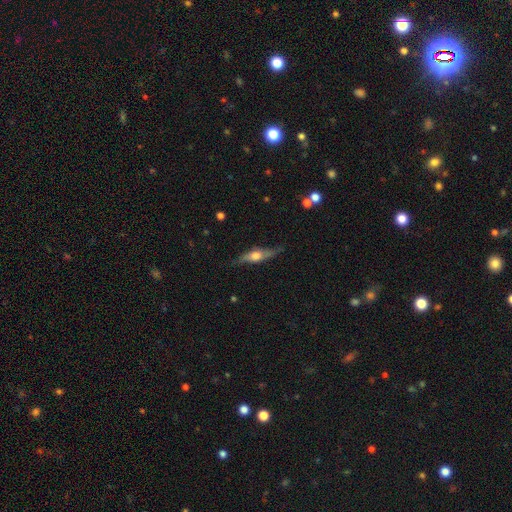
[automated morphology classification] The model was most divided on "smooth or featured": featured or disk: 64%, smooth: 30%, star or artifact: 6%. More confident: edge-on disk — yes (92%); edge-on bulge — rounded (92%); merging — none (78%).